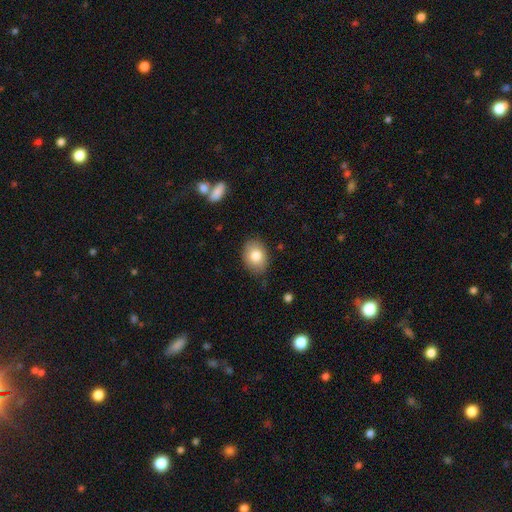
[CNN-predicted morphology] type=smooth (82%); roundness=in between (75%); merging=none (83%).